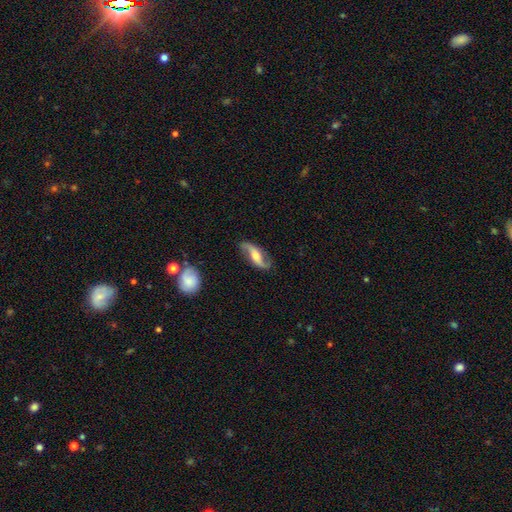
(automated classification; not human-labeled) A featured or disk galaxy (81%) with a weak bar (39%), 2 (93%) loose (75%) spiral arms (95%) and a moderate central bulge (58%). Merging: none (80%).